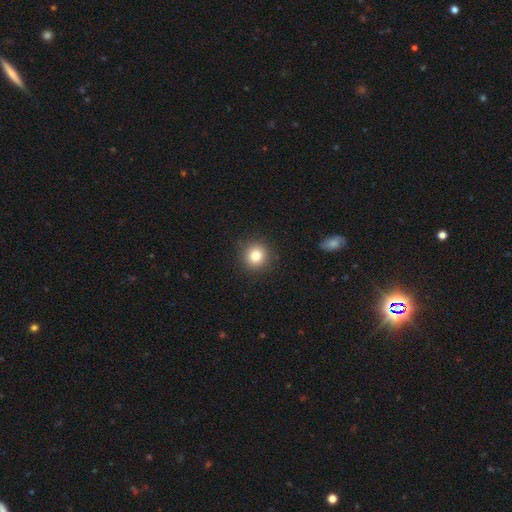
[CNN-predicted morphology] Smooth or featured? Predicted: smooth (p=0.81). How rounded? Predicted: round (p=0.94). Merging? Predicted: none (p=0.91).